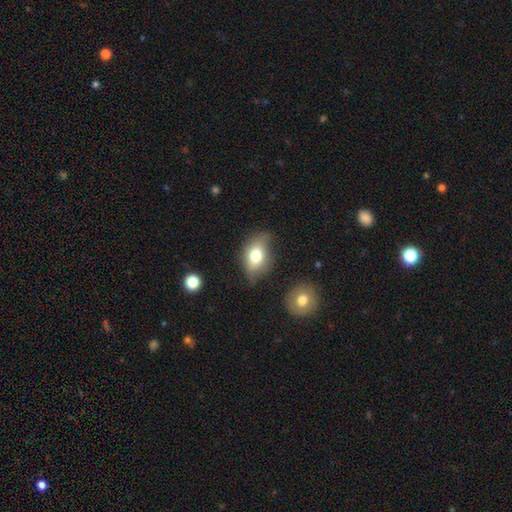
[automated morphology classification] smooth 71%, featured or disk 19%, star or artifact 9%. Down the decision tree: how rounded — in between (79%); merging — none (56%).